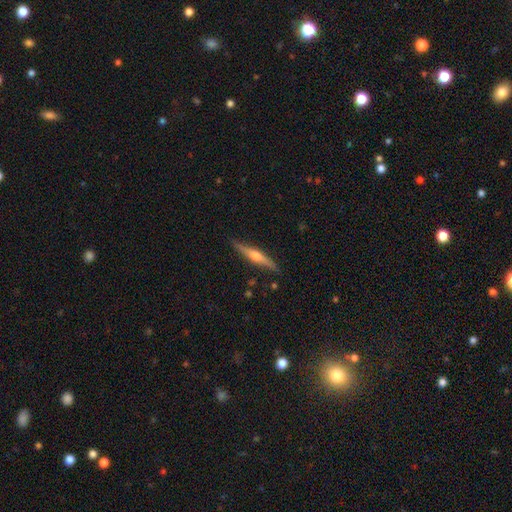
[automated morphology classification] Q: Smooth or featured?
A: featured or disk (67%); runner-up: smooth (27%)
Q: Edge-on disk?
A: yes (97%); runner-up: no (3%)
Q: Edge-on bulge?
A: rounded (90%); runner-up: none (5%)
Q: Merging?
A: none (86%); runner-up: minor disturbance (11%)